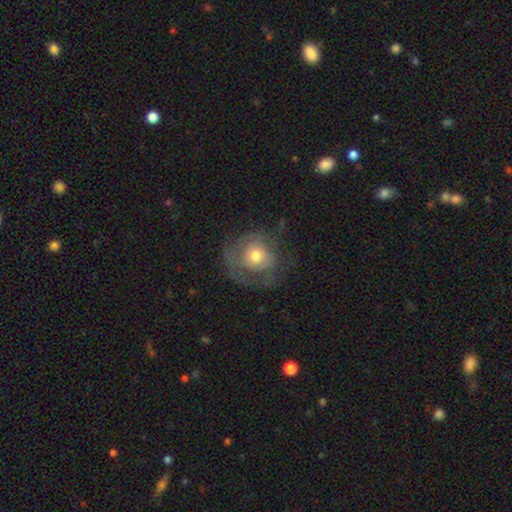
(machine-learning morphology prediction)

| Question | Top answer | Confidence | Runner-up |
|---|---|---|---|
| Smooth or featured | smooth | 49% | featured or disk (42%) |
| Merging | none | 47% | major disturbance (29%) |